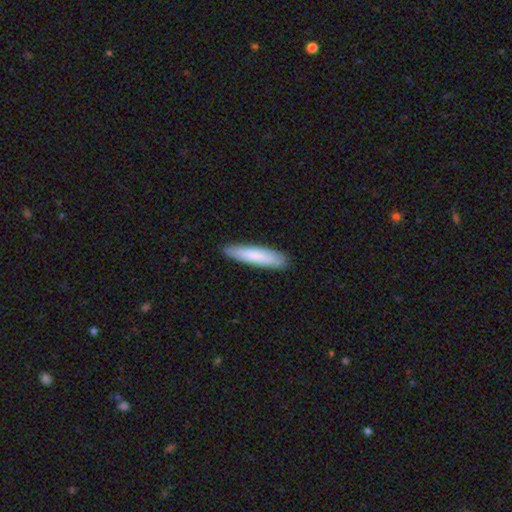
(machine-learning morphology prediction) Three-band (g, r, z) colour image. It shows a smooth galaxy with no disk features (82%) that is cigar-shaped (82%). Merging: none (88%).